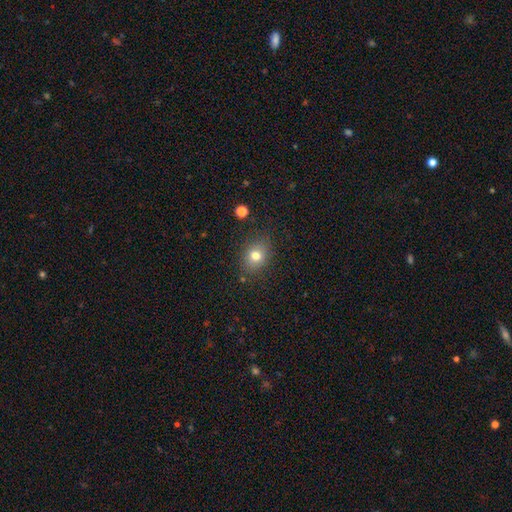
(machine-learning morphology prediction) A smooth galaxy with no disk features (76%) that is in between round and cigar-shaped (49%, tied with round). Merging: none (83%).